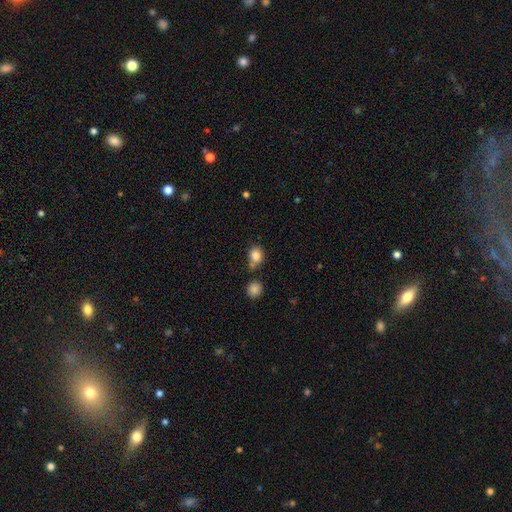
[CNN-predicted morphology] A smooth galaxy with no disk features (83%) that is round (67%). Merging: none (57%).